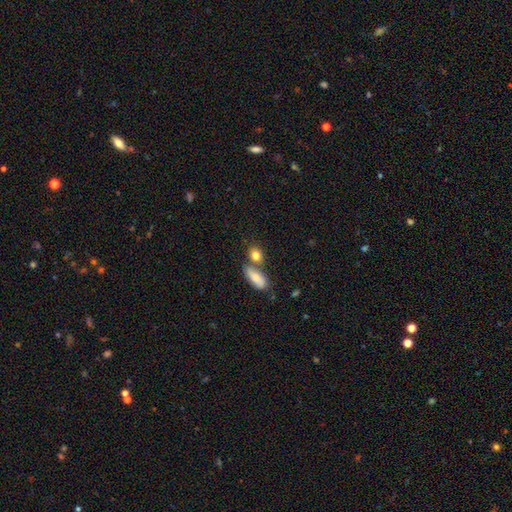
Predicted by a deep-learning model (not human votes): A smooth galaxy with no disk features (82%) that is round (51%).

Vote fractions:
- Smooth or featured? smooth: 82% / star or artifact: 9% / featured or disk: 9%
- How rounded? round: 51% / in between: 43% / cigar-shaped: 7%
- Merging? none: 56% / merger: 28% / minor disturbance: 12% / major disturbance: 4%